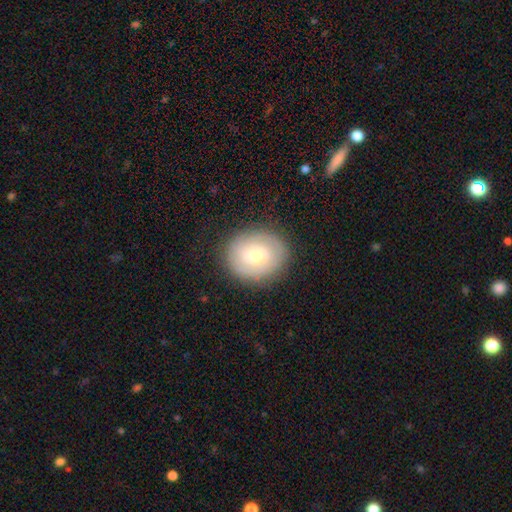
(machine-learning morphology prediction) featured or disk 46% (tied), smooth 46% (tied), star or artifact 8%. Down the decision tree: merging — none (85%).